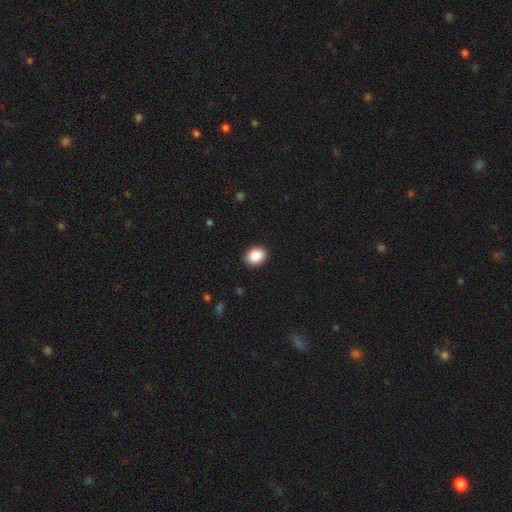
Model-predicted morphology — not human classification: The model was most divided on "how rounded": in between: 66%, round: 33%, cigar-shaped: 1%. More confident: merging — none (91%); smooth or featured — smooth (89%).